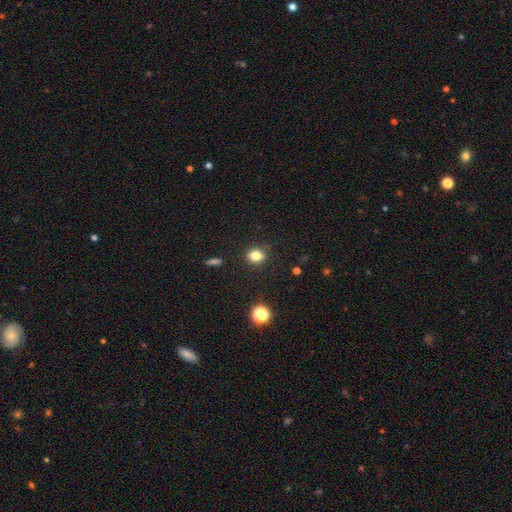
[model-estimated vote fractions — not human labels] smooth_or_featured: smooth (p=0.81) [alt: star or artifact p=0.12]
how_rounded: in between (p=0.52) [alt: round p=0.46]
merging: none (p=0.85) [alt: minor disturbance p=0.11]